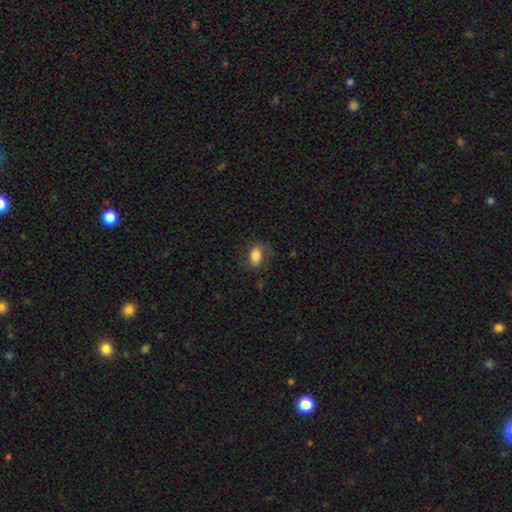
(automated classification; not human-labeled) Smooth or featured? Predicted: smooth (p=0.75). How rounded? Predicted: in between (p=0.86). Merging? Predicted: none (p=0.67).